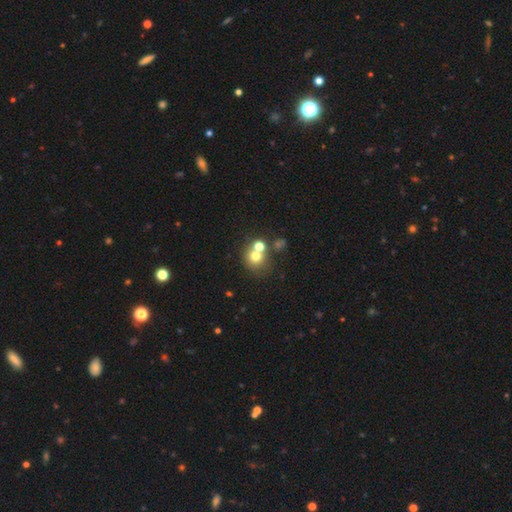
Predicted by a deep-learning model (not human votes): Q: Smooth or featured?
A: smooth (69%); runner-up: star or artifact (16%)
Q: How rounded?
A: round (81%); runner-up: in between (18%)
Q: Merging?
A: none (50%); runner-up: merger (38%)